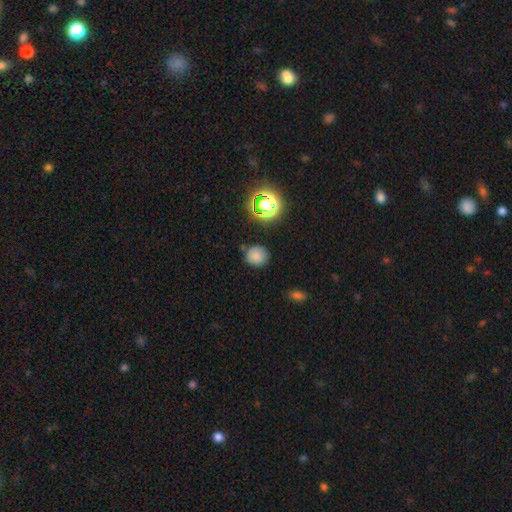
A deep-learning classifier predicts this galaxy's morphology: Smooth or featured: smooth — 76% (star or artifact — 16%)
How rounded: round — 81% (in between — 18%)
Merging: none — 78% (minor disturbance — 16%)